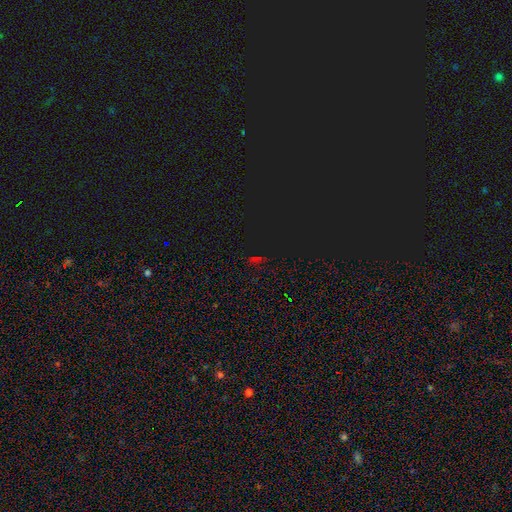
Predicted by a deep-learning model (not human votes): smooth_or_featured: star or artifact (p=0.71) [alt: smooth p=0.20]